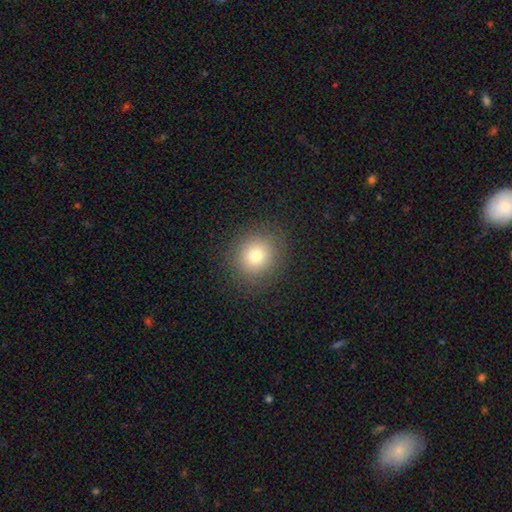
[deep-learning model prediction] smooth 78%, star or artifact 13%, featured or disk 10%. Down the decision tree: how rounded — round (88%); merging — none (88%).